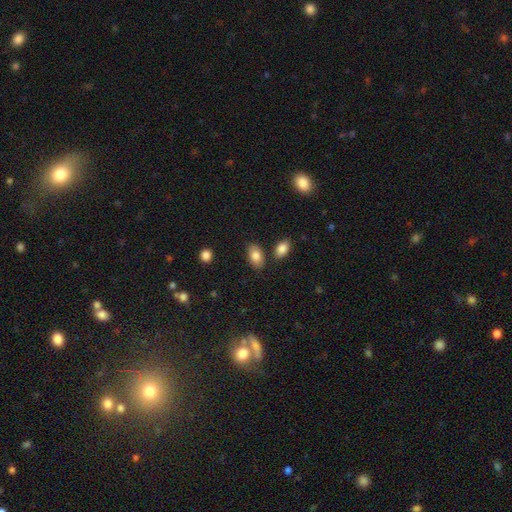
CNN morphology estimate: smooth 83%, featured or disk 10%, star or artifact 7%. Down the decision tree: how rounded — in between (91%); merging — none (78%).